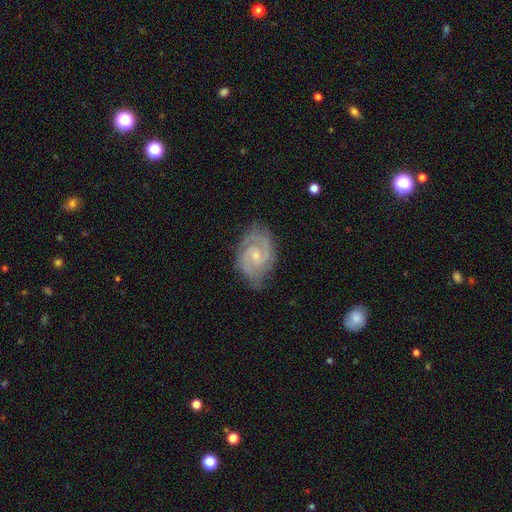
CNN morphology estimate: A featured or disk galaxy (90%) with no bar (54%), 2 (82%) tight (53%) spiral arms (98%) and a small central bulge (69%).

Vote fractions:
- Smooth or featured? featured or disk: 90% / star or artifact: 5% / smooth: 5%
- Edge-on disk? no: 98% / yes: 2%
- Bar? no: 54% / weak: 38% / strong: 8%
- Spiral arms? yes: 98% / no: 2%
- Spiral winding? tight: 53% / medium: 41% / loose: 6%
- Spiral arm count? 2: 82% / 3: 9% / can't tell: 4% / 4: 2% / 1: 2% / more than 4: 2%
- Bulge size? small: 69% / moderate: 26% / none: 3% / large: 1% / dominant: 1%
- Merging? none: 77% / minor disturbance: 18% / major disturbance: 4% / merger: 1%